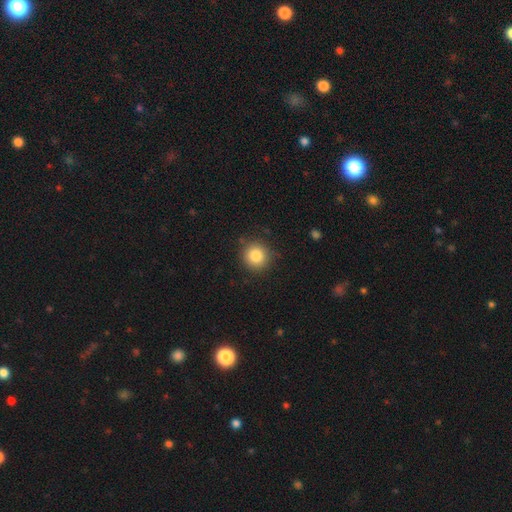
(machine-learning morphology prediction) smooth 84%, star or artifact 10%, featured or disk 6%. Down the decision tree: how rounded — round (92%); merging — none (86%).